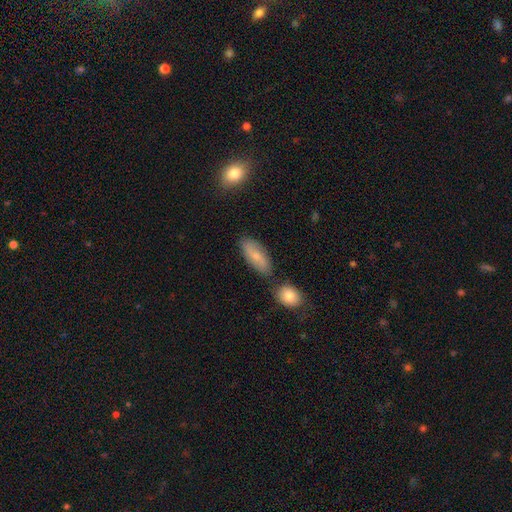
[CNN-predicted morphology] A smooth galaxy with no disk features (65%) that is in between round and cigar-shaped (82%).

Vote fractions:
- Smooth or featured? smooth: 65% / featured or disk: 27% / star or artifact: 7%
- How rounded? in between: 82% / cigar-shaped: 15% / round: 4%
- Merging? none: 73% / minor disturbance: 14% / merger: 9% / major disturbance: 3%